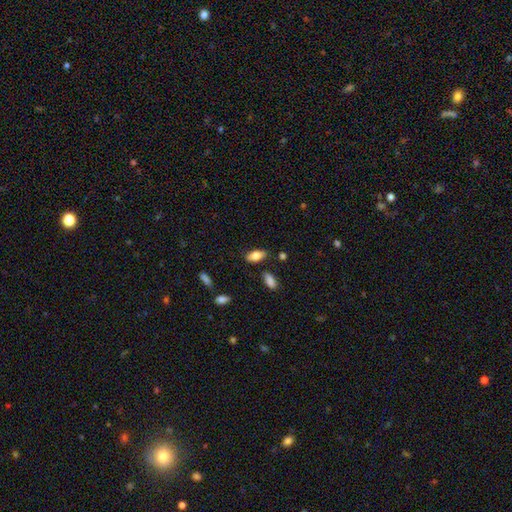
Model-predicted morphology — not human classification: This appears to be a smooth galaxy with no disk features (79%) that is in between round and cigar-shaped (89%). Merging: none (79%).